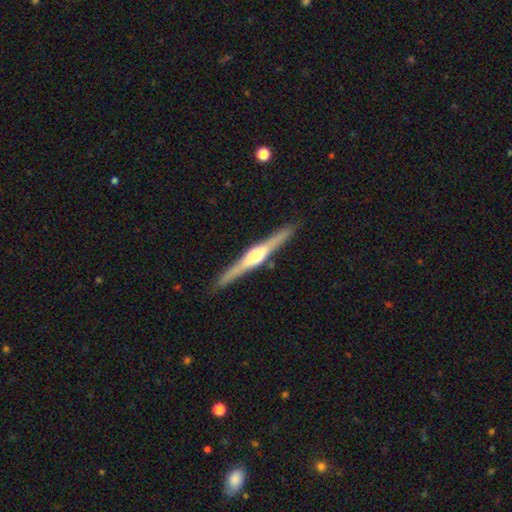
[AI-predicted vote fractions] This appears to be a featured or disk galaxy (81%) viewed edge-on (98%) with a rounded central bulge (81%). Merging: none (90%).